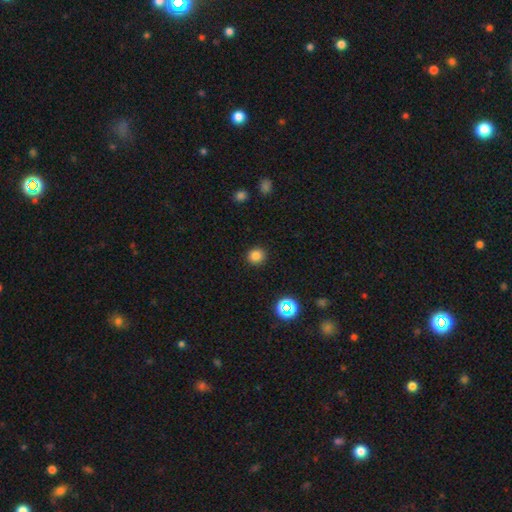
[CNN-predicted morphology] smooth_or_featured: smooth (p=0.82) [alt: star or artifact p=0.14]
how_rounded: round (p=0.89) [alt: in between p=0.10]
merging: none (p=0.91) [alt: minor disturbance p=0.06]